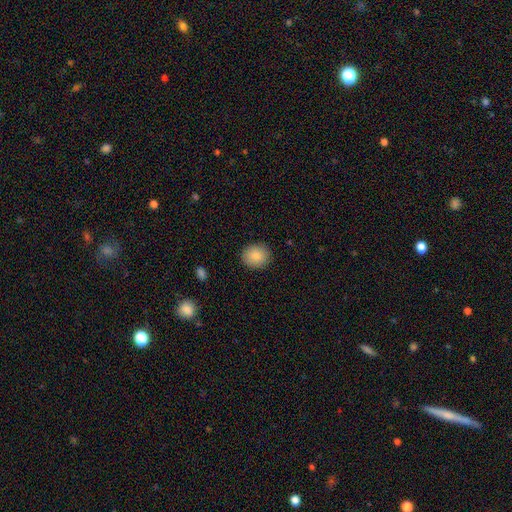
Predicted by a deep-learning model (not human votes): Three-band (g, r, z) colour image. It shows a smooth galaxy with no disk features (86%) that is round (73%). Merging: none (89%).